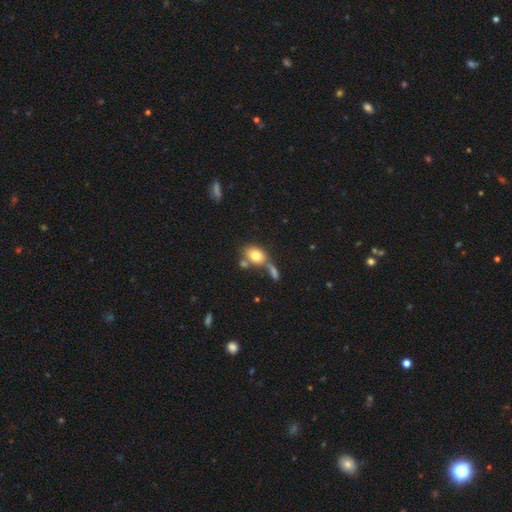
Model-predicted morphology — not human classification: smooth_or_featured: smooth (p=0.77) [alt: featured or disk p=0.14]
how_rounded: in between (p=0.72) [alt: round p=0.26]
merging: none (p=0.44) [alt: merger p=0.34]